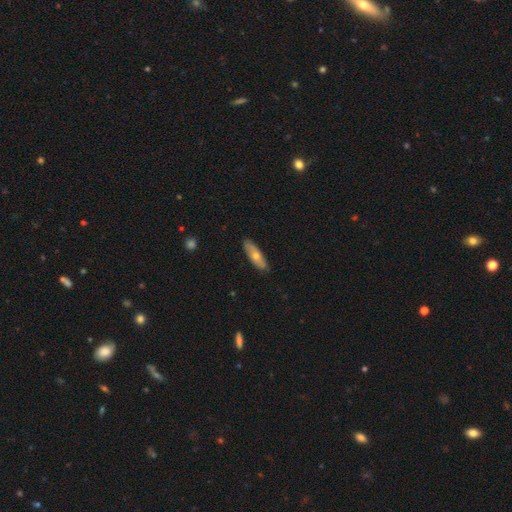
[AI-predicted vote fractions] Smooth or featured?
  - smooth: 55% *
  - featured or disk: 39%
  - star or artifact: 6%
How rounded?
  - cigar-shaped: 55% *
  - in between: 42%
  - round: 3%
Merging?
  - none: 88% *
  - minor disturbance: 10%
  - major disturbance: 2%
  - merger: 1%